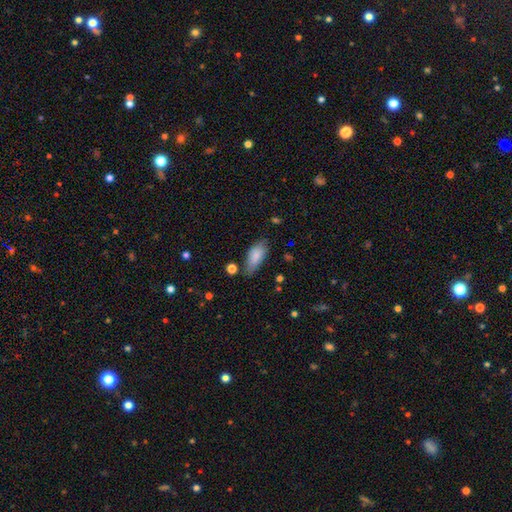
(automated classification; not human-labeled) Morphology: type=smooth (83%); roundness=in between (86%); merging=none (66%).